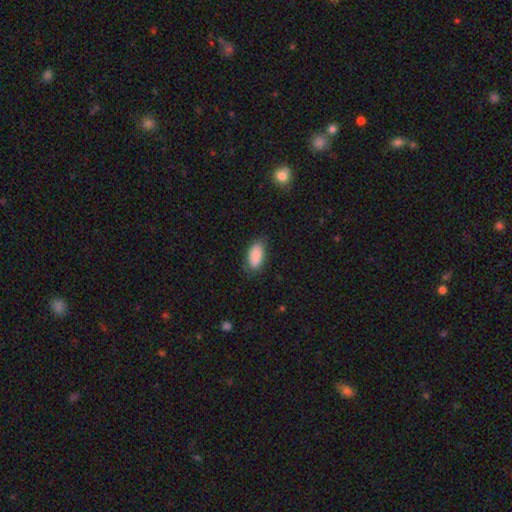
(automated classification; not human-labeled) Smooth or featured: smooth — 88% (star or artifact — 7%)
How rounded: in between — 91% (cigar-shaped — 6%)
Merging: none — 76% (minor disturbance — 19%)